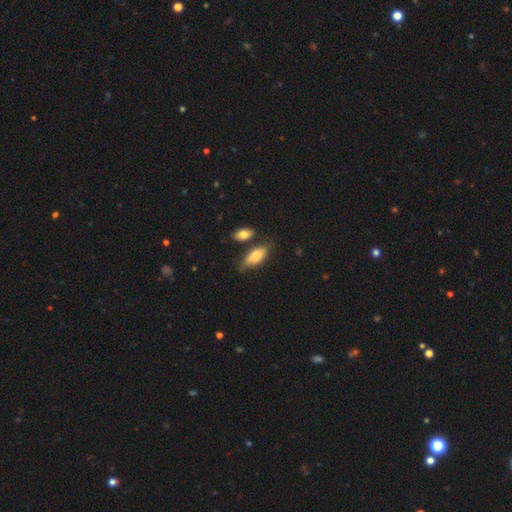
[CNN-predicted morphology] A smooth galaxy with no disk features (81%) that is in between round and cigar-shaped (81%). Merging: none (64%).